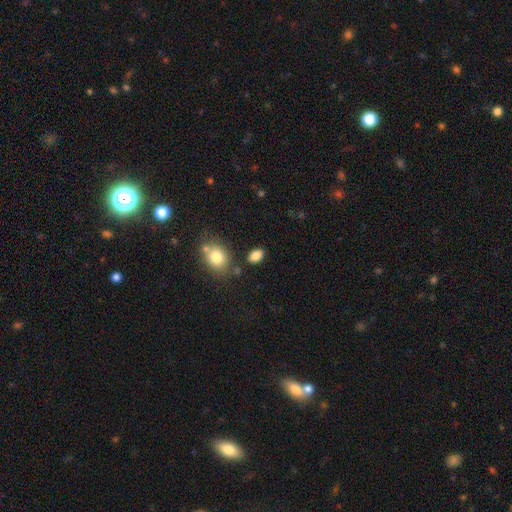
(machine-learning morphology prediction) This is clearly a smooth galaxy (85%). How rounded: clearly in between (86%). Merging: clearly none (80%).